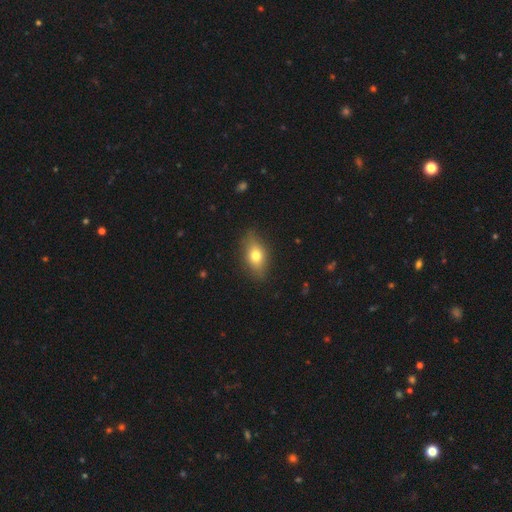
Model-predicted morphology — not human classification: The model was most divided on "smooth or featured": smooth: 71%, featured or disk: 21%, star or artifact: 8%. More confident: merging — none (83%); how rounded — in between (81%).